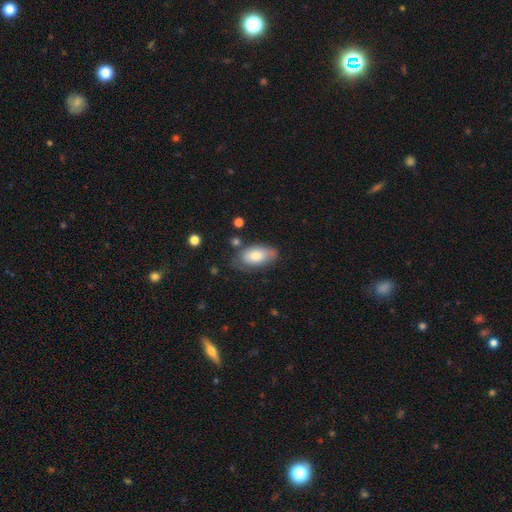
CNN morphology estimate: The model was most divided on "merging": none: 63%, minor disturbance: 25%, major disturbance: 7%, merger: 4%. More confident: how rounded — in between (93%); smooth or featured — smooth (76%).